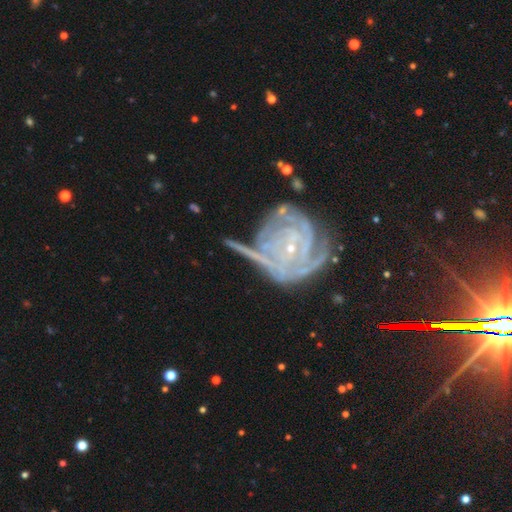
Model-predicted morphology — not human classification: featured or disk 84%, star or artifact 10%, smooth 7%. Down the decision tree: edge-on disk — no (96%); bar — no (64%); spiral arms — yes (95%); spiral arm count — can't tell (27%); spiral winding — tight (77%); bulge size — small (87%); merging — none (46%).